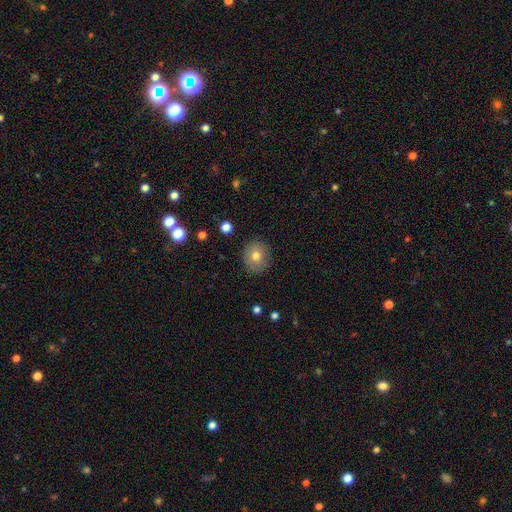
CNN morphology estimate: Smooth or featured? smooth (74%)
How rounded? round (83%)
Merging? none (87%)